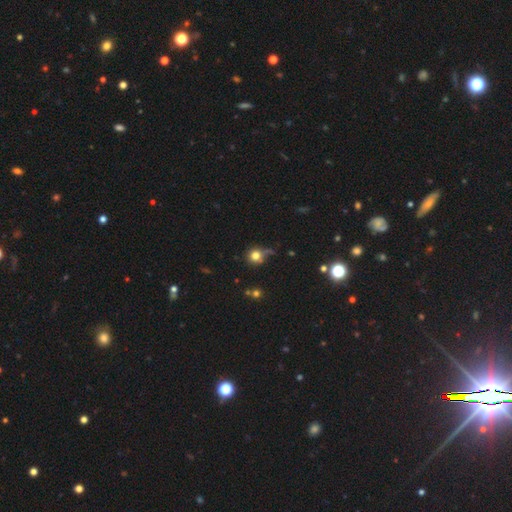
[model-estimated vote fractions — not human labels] smooth-or-featured: smooth: 77% | star or artifact: 14% | featured or disk: 9%
  how-rounded: round: 90% | in between: 9% | cigar-shaped: 1%
  merging: none: 61% | minor disturbance: 20% | major disturbance: 10% | merger: 8%